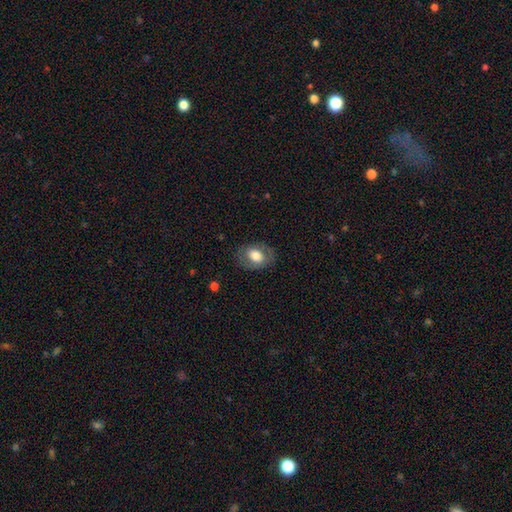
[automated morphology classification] The model was most divided on "smooth or featured": smooth: 65%, featured or disk: 28%, star or artifact: 7%. More confident: merging — none (78%); how rounded — in between (74%).